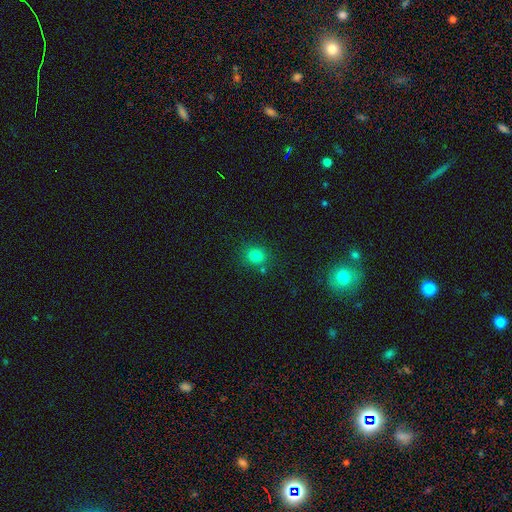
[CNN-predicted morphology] smooth-or-featured: smooth: 79% | star or artifact: 14% | featured or disk: 6%
  how-rounded: round: 79% | in between: 20% | cigar-shaped: 1%
  merging: none: 79% | minor disturbance: 10% | merger: 8% | major disturbance: 3%